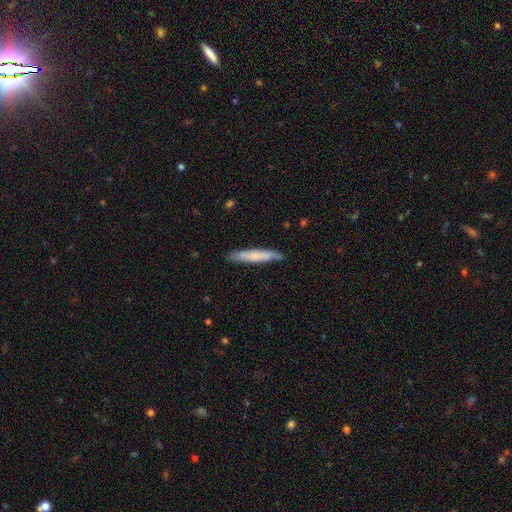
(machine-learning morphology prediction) The model was most divided on "smooth or featured": smooth: 65%, featured or disk: 30%, star or artifact: 6%. More confident: how rounded — cigar-shaped (93%); merging — none (84%).